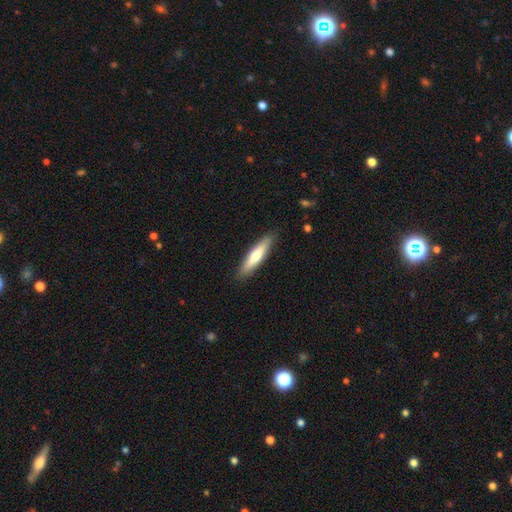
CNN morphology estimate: The model was most divided on "smooth or featured": smooth: 66%, featured or disk: 28%, star or artifact: 5%. More confident: merging — none (88%); how rounded — cigar-shaped (80%).